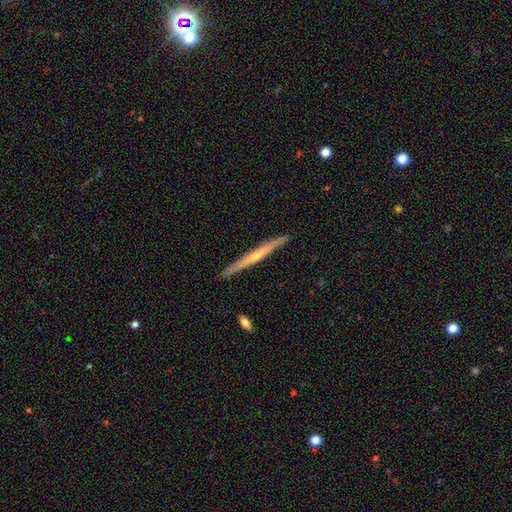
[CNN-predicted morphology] Overall: featured or disk (67%; smooth 27%). Edge-on disk: yes (97%). Edge-on bulge: rounded (54%; none 41%). Merging: none (91%).